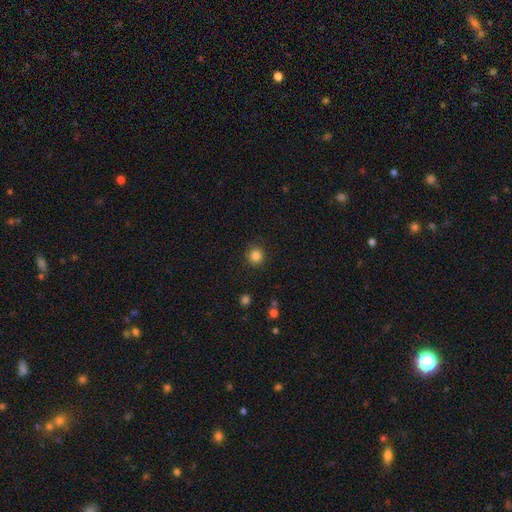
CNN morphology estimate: Overall: smooth (84%). How rounded: round (92%). Merging: none (88%).